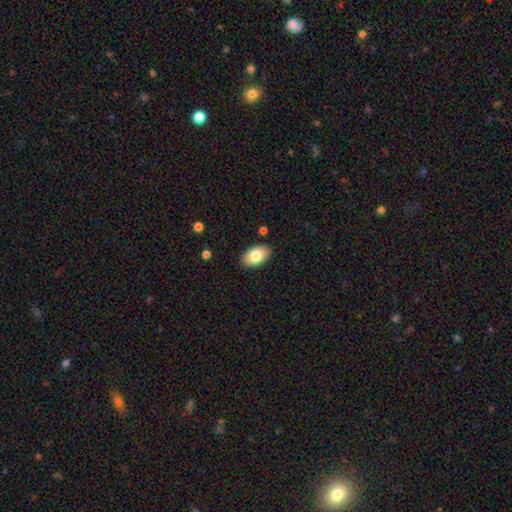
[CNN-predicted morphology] A smooth galaxy with no disk features (81%) that is in between round and cigar-shaped (94%). Merging: none (87%).